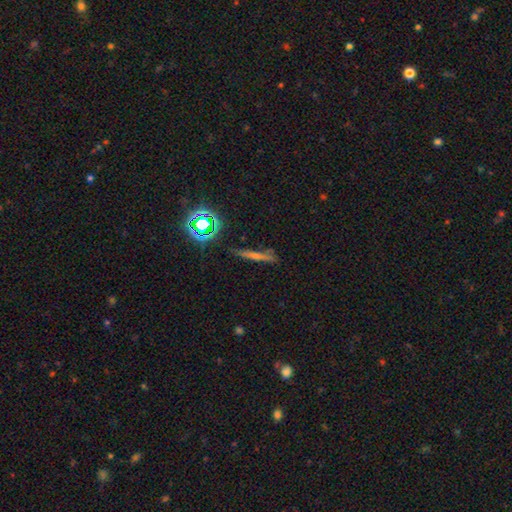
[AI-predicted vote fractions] smooth 41%, featured or disk 34%, star or artifact 25%. Down the decision tree: merging — none (80%).